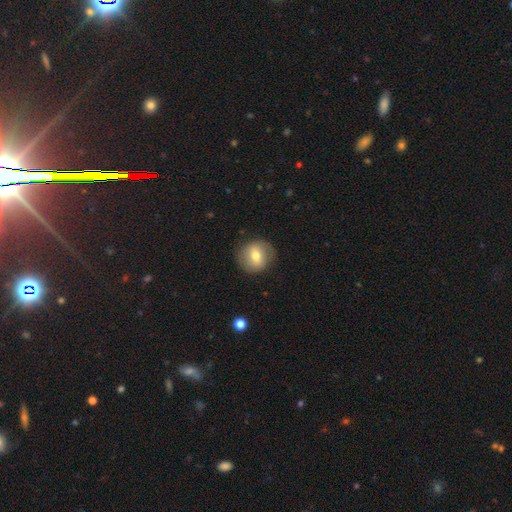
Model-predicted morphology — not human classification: The model was most divided on "smooth or featured": smooth: 61%, featured or disk: 31%, star or artifact: 8%. More confident: how rounded — round (85%); merging — none (83%).